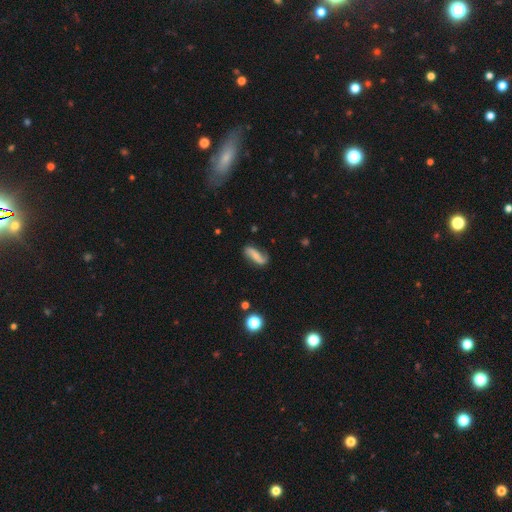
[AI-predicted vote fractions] smooth_or_featured: featured or disk (p=0.53) [alt: smooth p=0.39]
disk_edge_on: no (p=0.87) [alt: yes p=0.13]
merging: none (p=0.67) [alt: minor disturbance p=0.22]